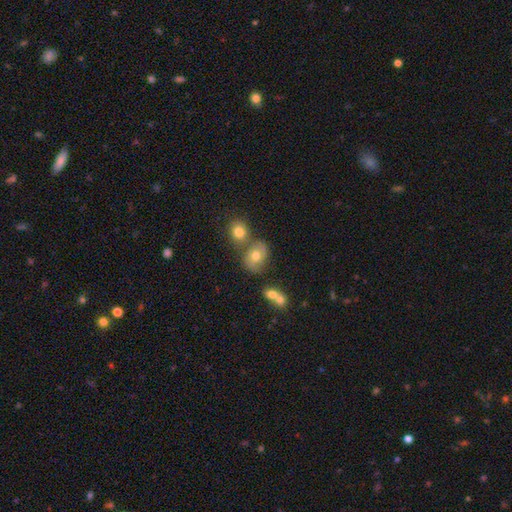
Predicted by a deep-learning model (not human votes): Smooth or featured? Predicted: smooth (p=0.50). How rounded? Predicted: in between (p=0.51). Merging? Predicted: none (p=0.54).